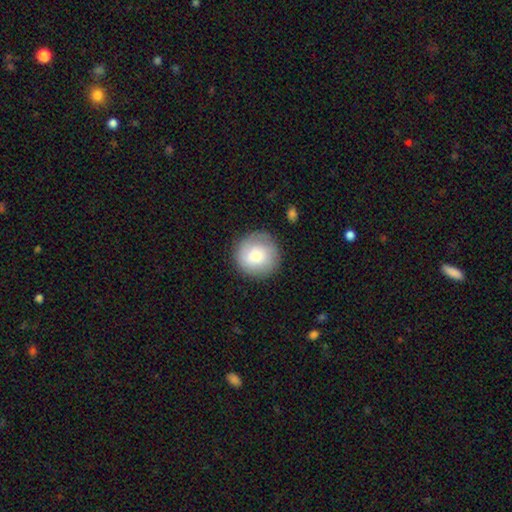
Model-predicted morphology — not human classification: smooth 78%, featured or disk 16%, star or artifact 7%. Down the decision tree: how rounded — round (95%); merging — none (86%).